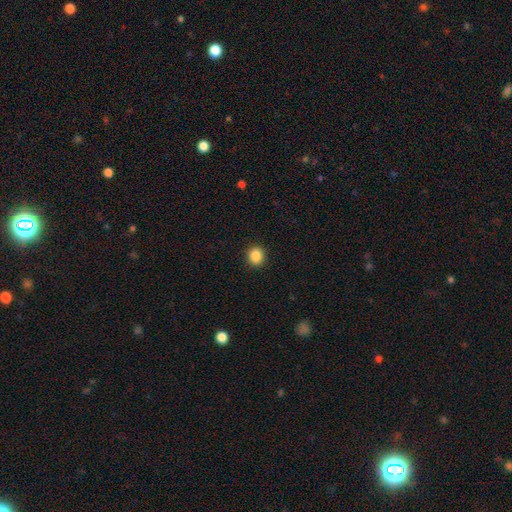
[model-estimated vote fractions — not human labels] smooth 87%, star or artifact 10%, featured or disk 3%. Down the decision tree: how rounded — round (80%); merging — none (92%).